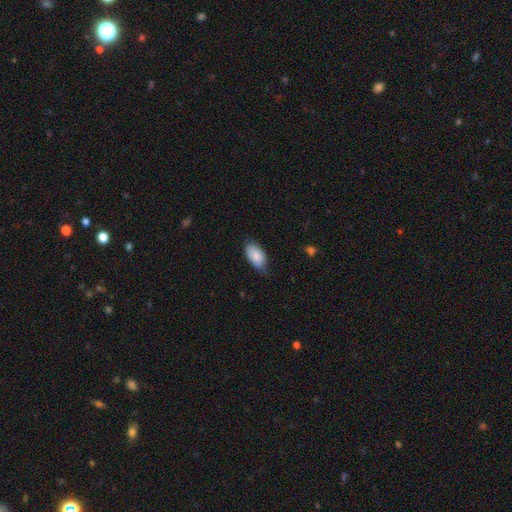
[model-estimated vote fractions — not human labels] smooth-or-featured: smooth: 87% | featured or disk: 7% | star or artifact: 6%
  how-rounded: in between: 94% | round: 3% | cigar-shaped: 3%
  merging: none: 67% | minor disturbance: 28% | major disturbance: 4% | merger: 1%